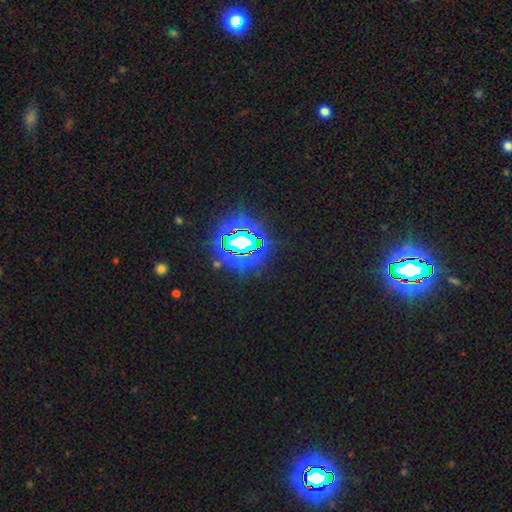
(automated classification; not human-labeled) Overall: star or artifact (84%).